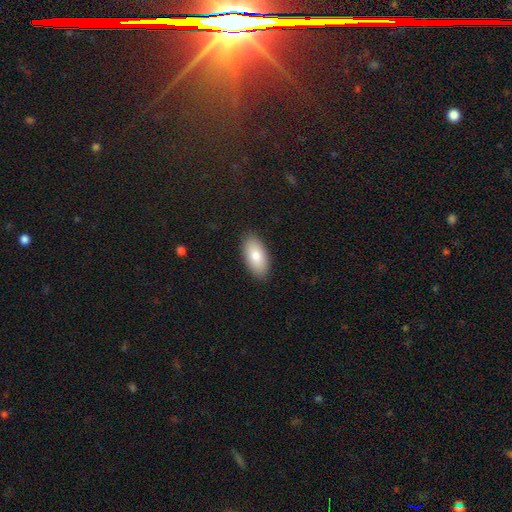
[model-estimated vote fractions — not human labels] This is clearly a smooth galaxy (80%). How rounded: clearly in between (94%). Merging: clearly none (89%).